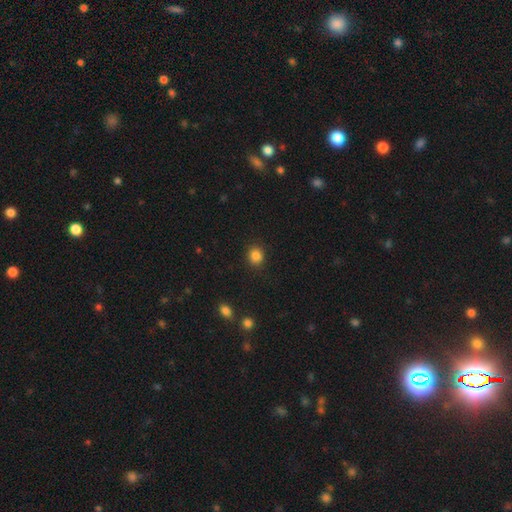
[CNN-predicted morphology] type=smooth (86%); roundness=round (77%); merging=none (88%).